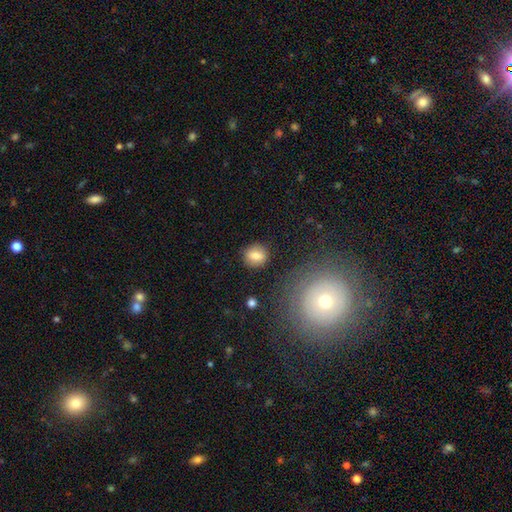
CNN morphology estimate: smooth-or-featured: smooth: 78% | featured or disk: 13% | star or artifact: 9%
  how-rounded: round: 74% | in between: 25% | cigar-shaped: 1%
  merging: none: 87% | minor disturbance: 8% | major disturbance: 3% | merger: 2%